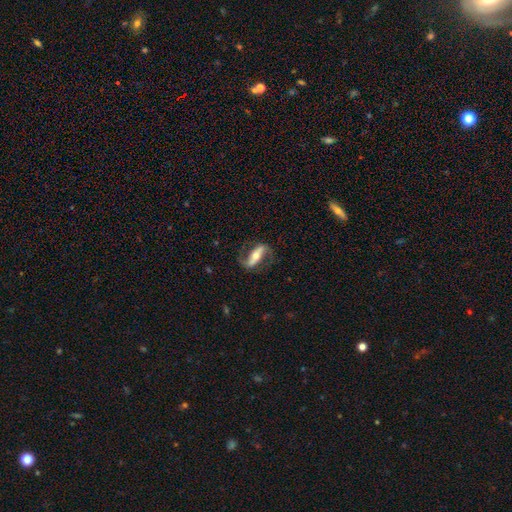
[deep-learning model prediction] The model was most divided on "spiral winding": loose: 50%, medium: 36%, tight: 14%. More confident: spiral arms — yes (91%); spiral arm count — 2 (90%); edge-on disk — no (87%); smooth or featured — featured or disk (80%); merging — none (75%); bar — strong (60%); bulge size — moderate (54%).